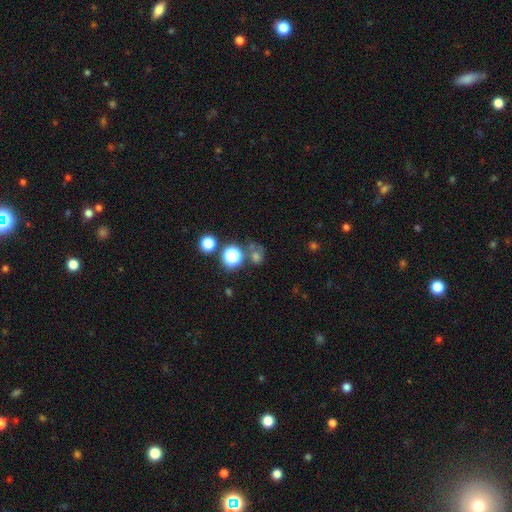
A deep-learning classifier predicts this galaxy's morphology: Smooth or featured? star or artifact (47%)